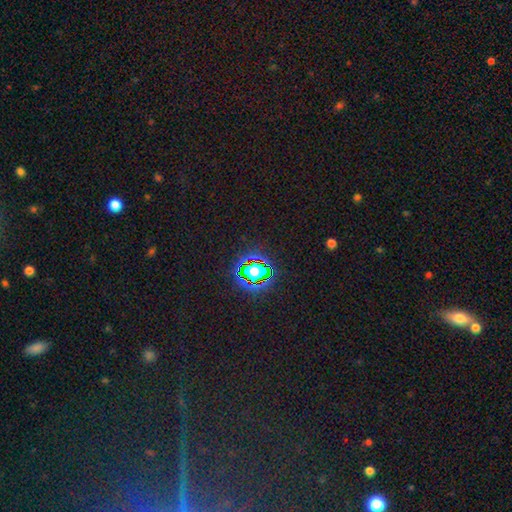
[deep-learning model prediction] The model was most divided on "smooth or featured": star or artifact: 82%, smooth: 11%, featured or disk: 7%.